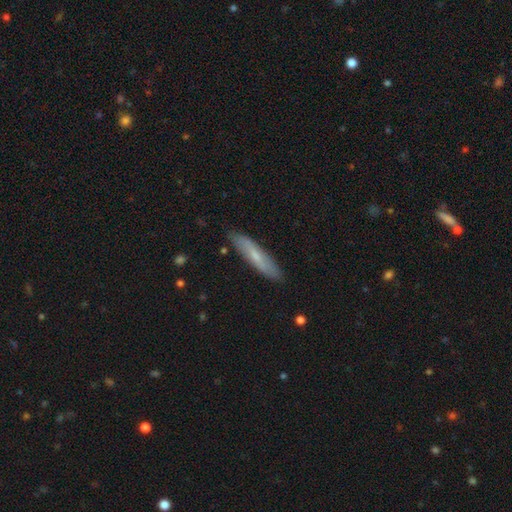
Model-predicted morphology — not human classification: smooth 58%, featured or disk 36%, star or artifact 6%. Down the decision tree: how rounded — cigar-shaped (83%); merging — none (85%).